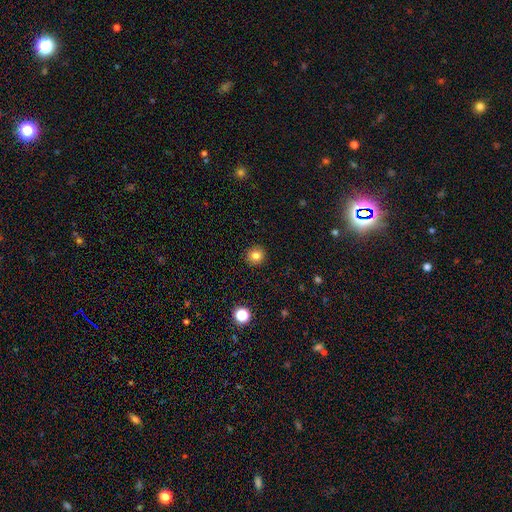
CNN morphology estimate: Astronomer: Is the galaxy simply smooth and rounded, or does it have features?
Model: smooth — 81%.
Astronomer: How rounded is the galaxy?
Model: round — 92%.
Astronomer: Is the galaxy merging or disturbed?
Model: none — 92%.